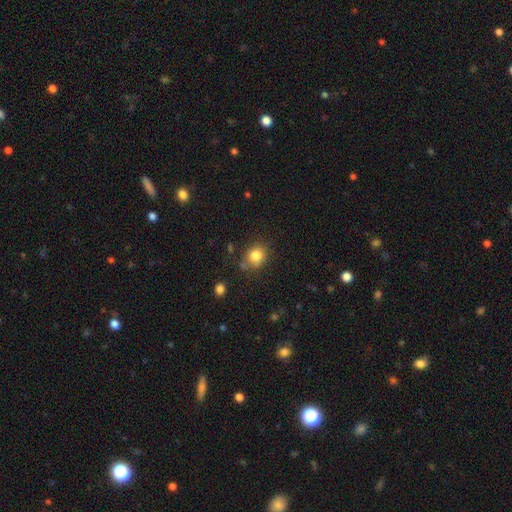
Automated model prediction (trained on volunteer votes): Smooth or featured? smooth (83%)
How rounded? round (65%)
Merging? none (71%)